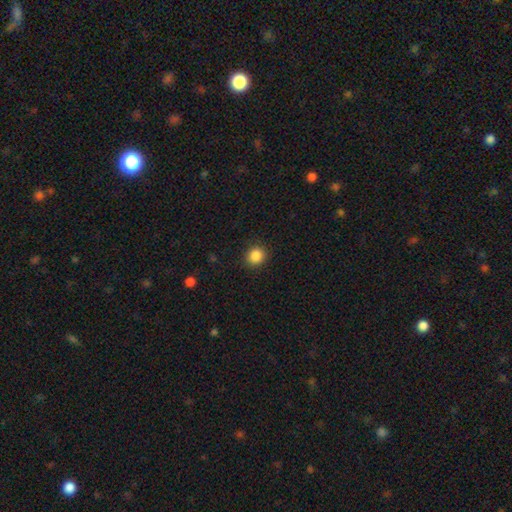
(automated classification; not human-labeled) Smooth or featured? smooth (87%)
How rounded? round (87%)
Merging? none (90%)